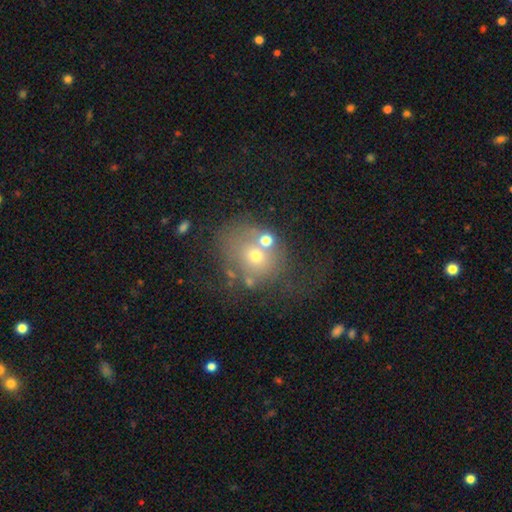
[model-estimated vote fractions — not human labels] Q: Smooth or featured?
A: smooth (52%); runner-up: featured or disk (31%)
Q: How rounded?
A: round (69%); runner-up: in between (30%)
Q: Merging?
A: none (40%); runner-up: major disturbance (22%)